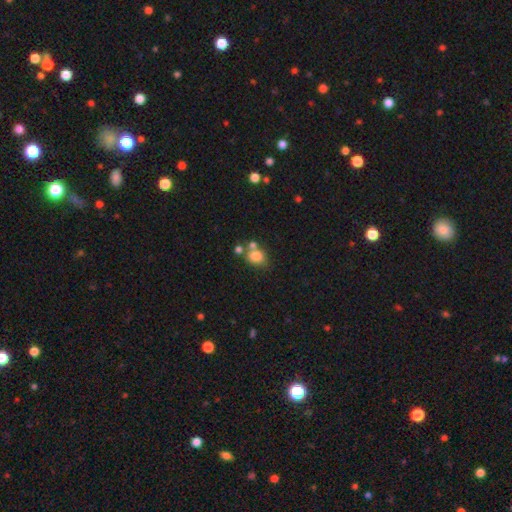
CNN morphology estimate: This appears to be a smooth galaxy with no disk features (79%) that is round (58%). Merging: none (49%).